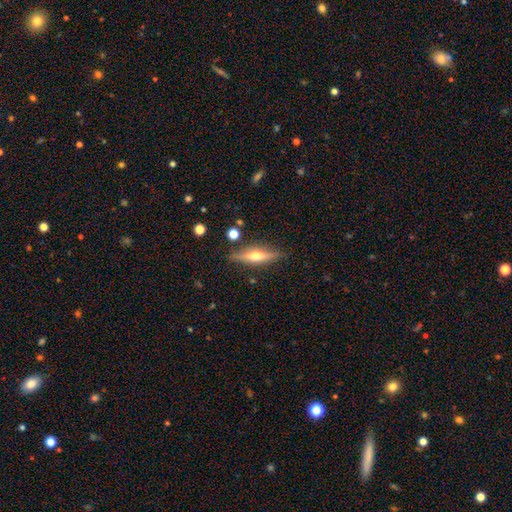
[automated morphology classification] A featured or disk galaxy (61%) viewed edge-on (94%) with a rounded central bulge (90%). Merging: none (85%).